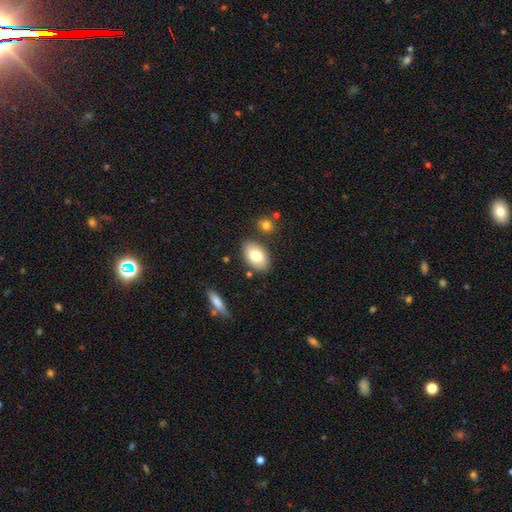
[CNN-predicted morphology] Smooth or featured? smooth (77%)
How rounded? in between (91%)
Merging? none (81%)